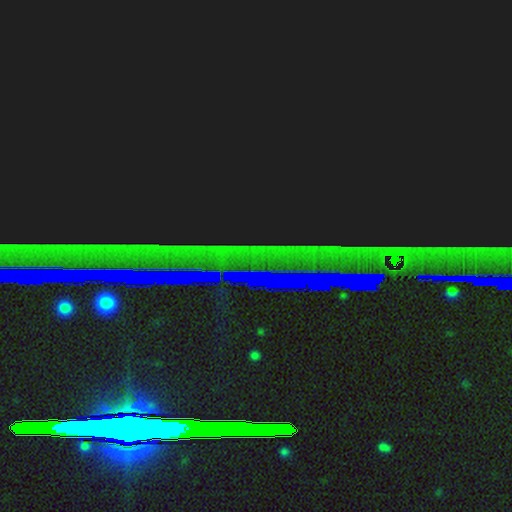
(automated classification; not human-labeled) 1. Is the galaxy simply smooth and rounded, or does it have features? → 84% star or artifact, 10% featured or disk, 7% smooth.